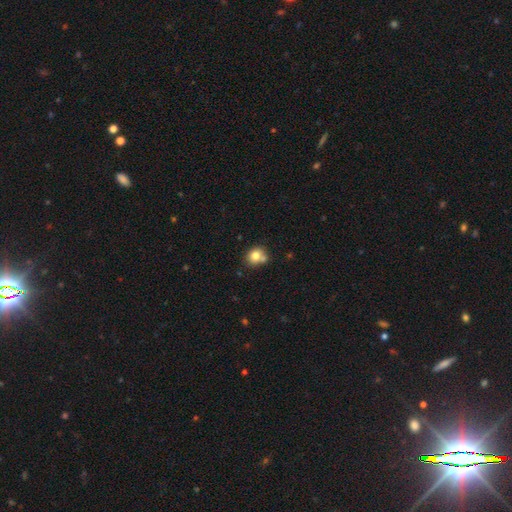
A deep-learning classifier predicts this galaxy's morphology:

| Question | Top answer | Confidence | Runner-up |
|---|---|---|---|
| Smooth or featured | smooth | 79% | star or artifact (11%) |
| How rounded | round | 69% | in between (30%) |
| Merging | none | 56% | merger (24%) |